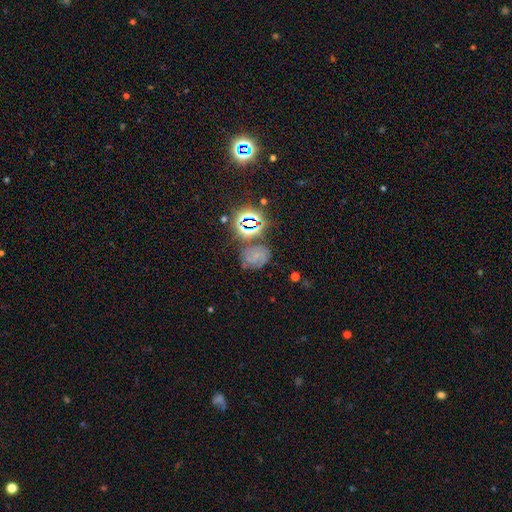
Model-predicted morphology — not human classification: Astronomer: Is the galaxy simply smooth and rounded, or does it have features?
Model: star or artifact — 39% (runner-up: featured or disk, 36%).